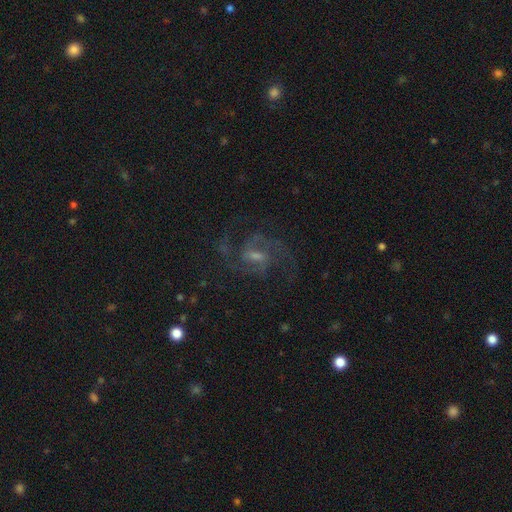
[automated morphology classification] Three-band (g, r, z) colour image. It shows a featured or disk galaxy (85%) with a weak bar (58%), 2 (68%) medium (59%) spiral arms (97%) and a small central bulge (46%). Merging: none (71%).